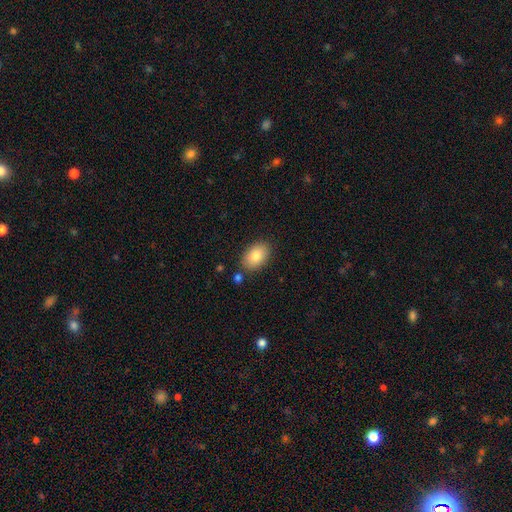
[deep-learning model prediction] A smooth galaxy with no disk features (85%) that is in between round and cigar-shaped (90%).

Vote fractions:
- Smooth or featured? smooth: 85% / featured or disk: 8% / star or artifact: 7%
- How rounded? in between: 90% / round: 9% / cigar-shaped: 1%
- Merging? none: 83% / minor disturbance: 11% / merger: 3% / major disturbance: 3%